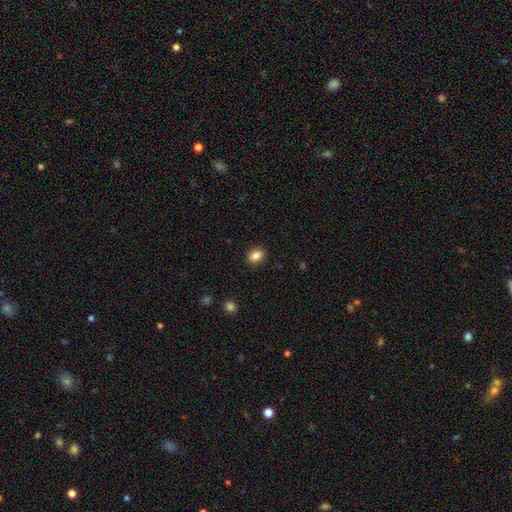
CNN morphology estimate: smooth-or-featured: smooth: 85% | star or artifact: 9% | featured or disk: 5%
  how-rounded: in between: 59% | round: 40% | cigar-shaped: 1%
  merging: none: 89% | minor disturbance: 8% | major disturbance: 2% | merger: 1%